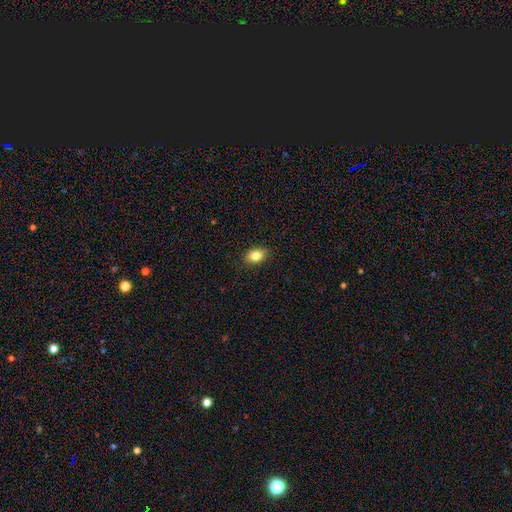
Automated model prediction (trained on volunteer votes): The model was most divided on "how rounded": in between: 81%, round: 18%, cigar-shaped: 1%. More confident: merging — none (89%); smooth or featured — smooth (83%).